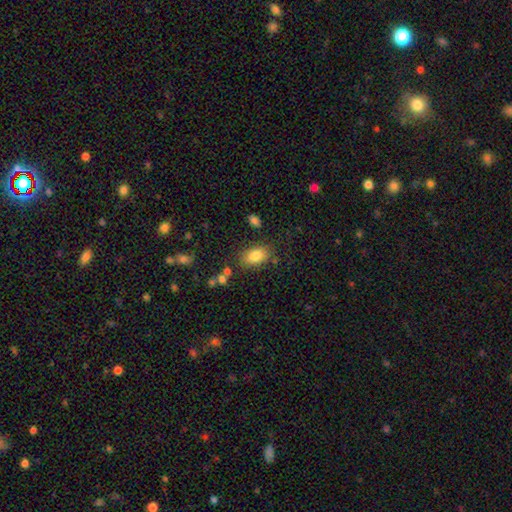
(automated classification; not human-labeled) Smooth or featured? smooth (83%)
How rounded? in between (89%)
Merging? none (77%)